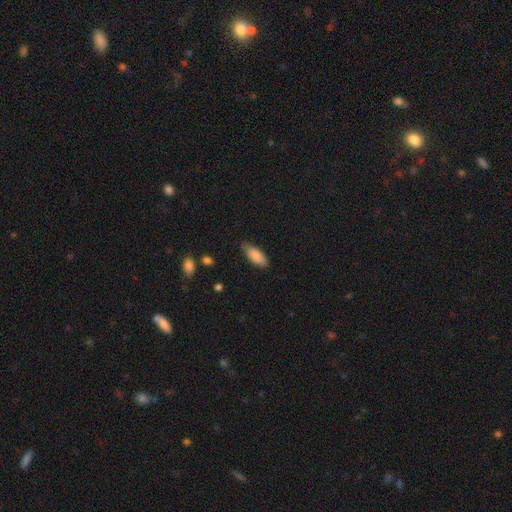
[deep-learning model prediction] A smooth galaxy with no disk features (86%) that is in between round and cigar-shaped (79%).

Vote fractions:
- Smooth or featured? smooth: 86% / featured or disk: 8% / star or artifact: 6%
- How rounded? in between: 79% / cigar-shaped: 19% / round: 2%
- Merging? none: 72% / minor disturbance: 23% / major disturbance: 4% / merger: 1%